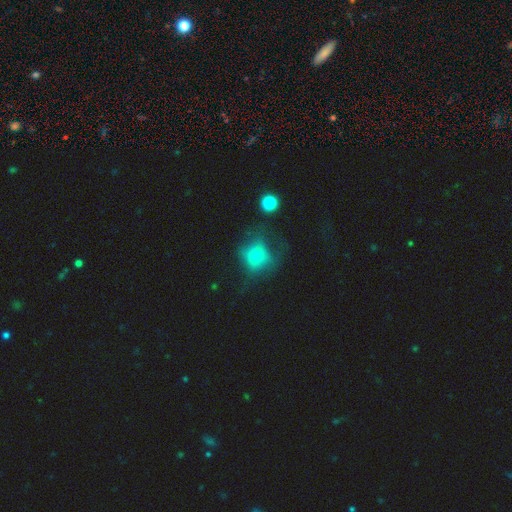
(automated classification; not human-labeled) Morphology: type=smooth (61%); roundness=round (69%); merging=none (47%).